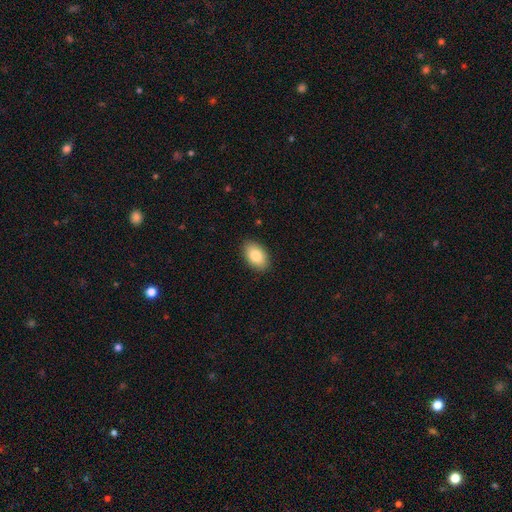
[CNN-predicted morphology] Smooth or featured?
  - smooth: 82% *
  - featured or disk: 10%
  - star or artifact: 7%
How rounded?
  - in between: 90% *
  - round: 8%
  - cigar-shaped: 1%
Merging?
  - none: 89% *
  - minor disturbance: 8%
  - major disturbance: 2%
  - merger: 1%